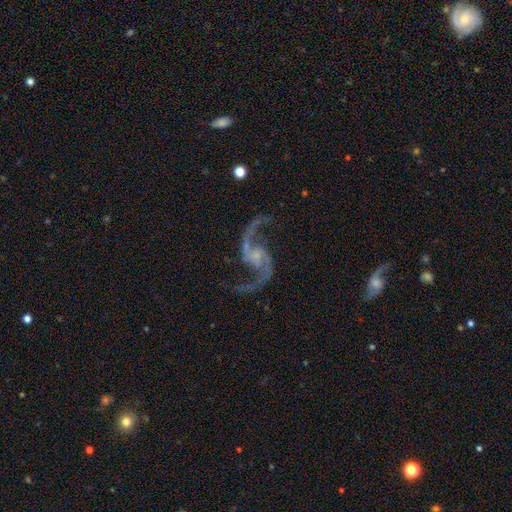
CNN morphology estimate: featured or disk 93%, star or artifact 5%, smooth 2%. Down the decision tree: edge-on disk — no (98%); bar — no (50%); spiral arms — yes (98%); spiral arm count — 2 (95%); spiral winding — loose (71%); bulge size — small (55%); merging — none (76%).